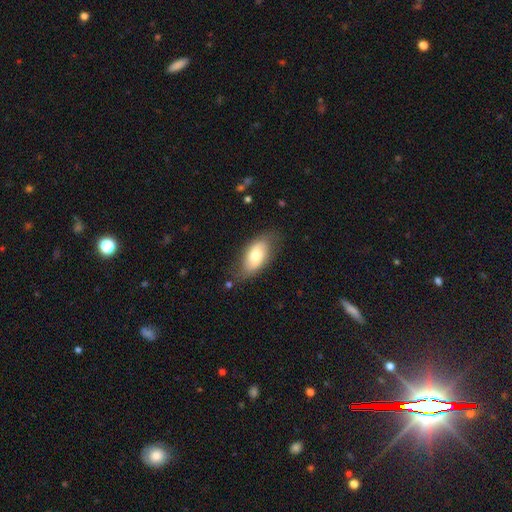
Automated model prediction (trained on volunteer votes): Smooth or featured: smooth — 64% (featured or disk — 29%)
How rounded: in between — 92% (cigar-shaped — 4%)
Merging: none — 69% (minor disturbance — 23%)